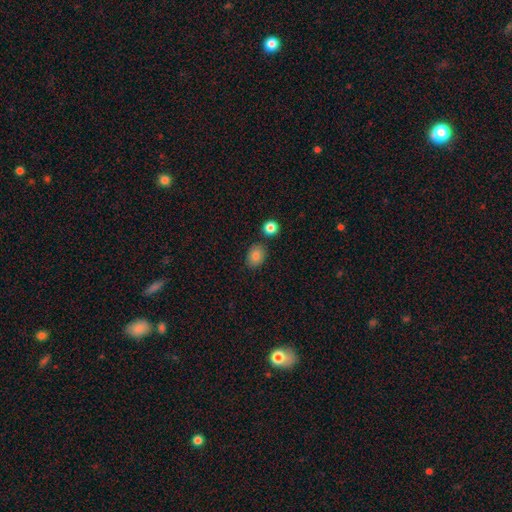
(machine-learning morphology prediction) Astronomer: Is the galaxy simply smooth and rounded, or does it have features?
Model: smooth — 84%.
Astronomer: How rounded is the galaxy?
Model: in between — 59% (runner-up: round, 40%).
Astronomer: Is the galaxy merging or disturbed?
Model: none — 81%.